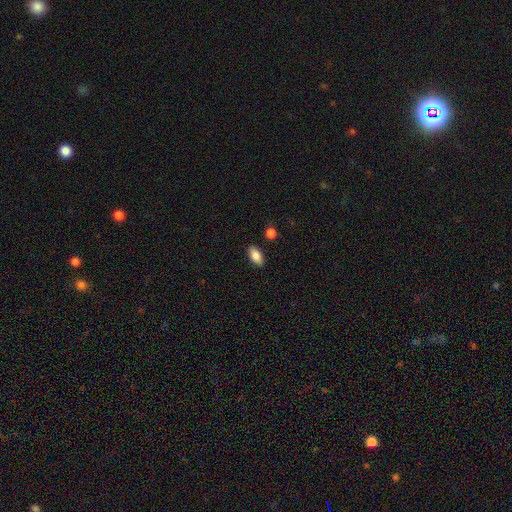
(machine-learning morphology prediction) Smooth or featured? Predicted: smooth (p=0.85). How rounded? Predicted: in between (p=0.91). Merging? Predicted: none (p=0.88).